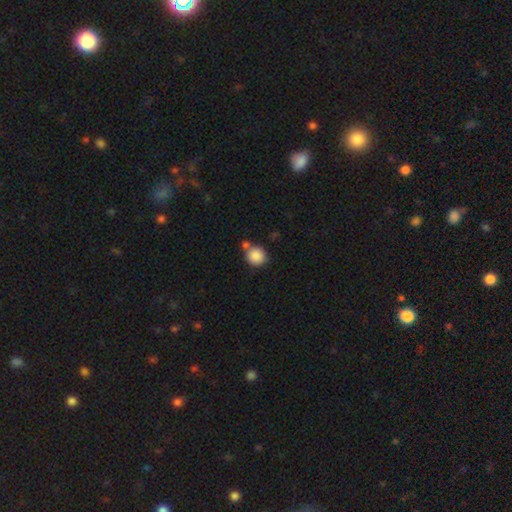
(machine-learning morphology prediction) Smooth or featured? smooth (87%)
How rounded? round (89%)
Merging? none (65%)